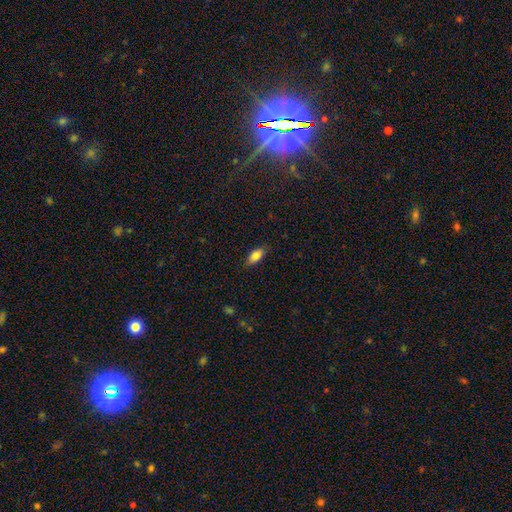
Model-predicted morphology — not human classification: Smooth or featured? Predicted: smooth (p=0.83). How rounded? Predicted: in between (p=0.85). Merging? Predicted: none (p=0.84).